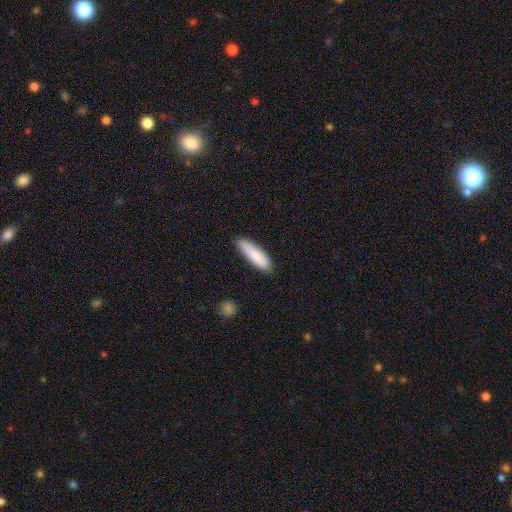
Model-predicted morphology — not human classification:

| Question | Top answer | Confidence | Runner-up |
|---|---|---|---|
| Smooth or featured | smooth | 85% | featured or disk (10%) |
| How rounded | cigar-shaped | 66% | in between (32%) |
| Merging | none | 83% | minor disturbance (13%) |